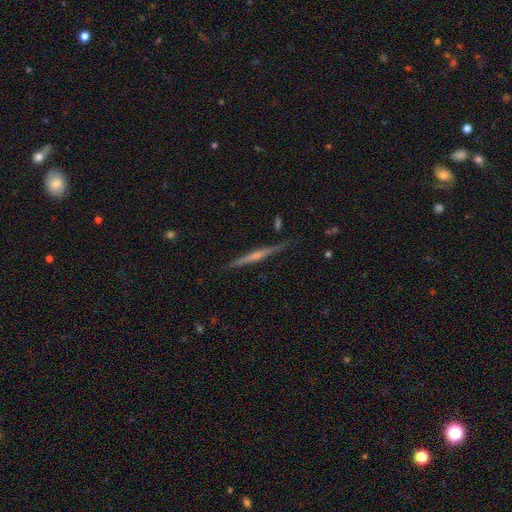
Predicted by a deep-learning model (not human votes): The model was most divided on "edge-on bulge": rounded: 63%, none: 28%, boxy: 9%. More confident: edge-on disk — yes (98%); merging — none (89%); smooth or featured — featured or disk (74%).